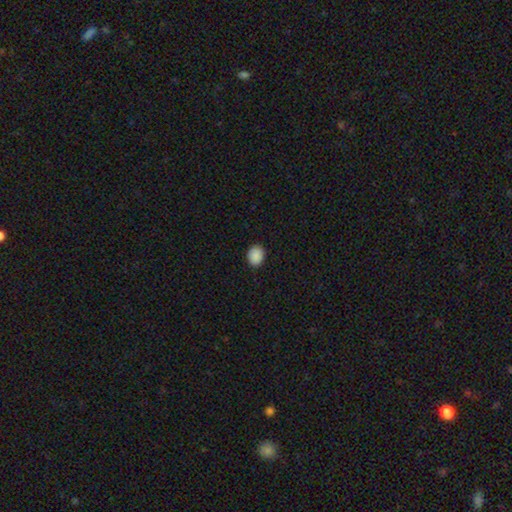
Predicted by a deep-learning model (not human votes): smooth 90%, star or artifact 8%, featured or disk 3%. Down the decision tree: how rounded — in between (55%); merging — none (89%).